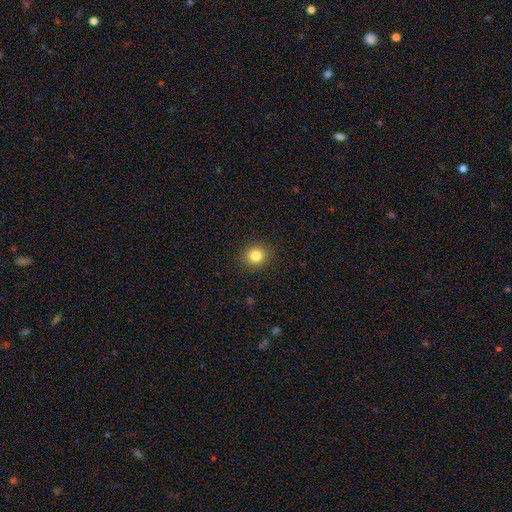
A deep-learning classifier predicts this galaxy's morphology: Overall: smooth (83%). How rounded: round (78%). Merging: none (90%).